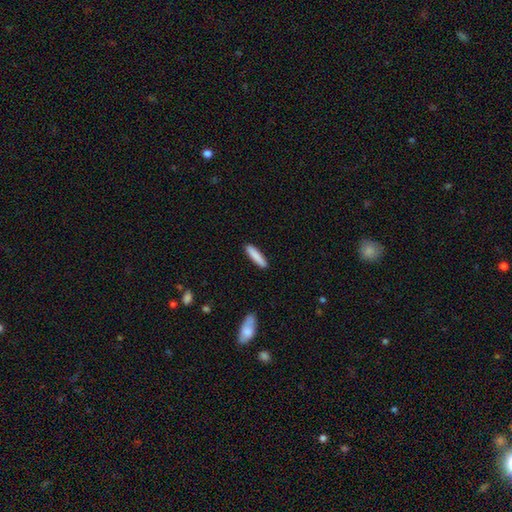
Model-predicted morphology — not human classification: Smooth or featured? smooth (86%)
How rounded? cigar-shaped (84%)
Merging? none (90%)